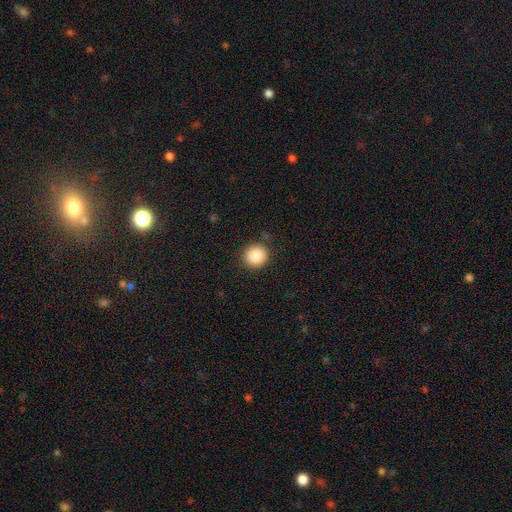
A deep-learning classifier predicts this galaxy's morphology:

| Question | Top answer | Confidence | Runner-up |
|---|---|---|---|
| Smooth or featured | smooth | 87% | star or artifact (9%) |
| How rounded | round | 91% | in between (8%) |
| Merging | none | 89% | minor disturbance (8%) |